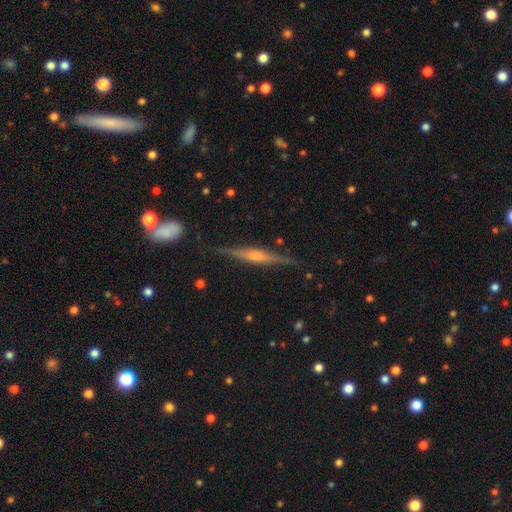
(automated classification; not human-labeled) featured or disk 78%, smooth 15%, star or artifact 6%. Down the decision tree: edge-on disk — yes (98%); edge-on bulge — rounded (75%); merging — none (85%).